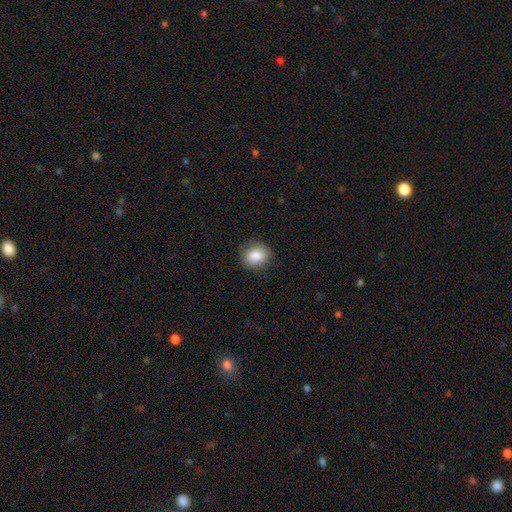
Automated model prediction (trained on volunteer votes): A smooth galaxy with no disk features (86%) that is round (67%).

Vote fractions:
- Smooth or featured? smooth: 86% / star or artifact: 8% / featured or disk: 5%
- How rounded? round: 67% / in between: 32% / cigar-shaped: 1%
- Merging? none: 84% / minor disturbance: 12% / major disturbance: 3% / merger: 1%